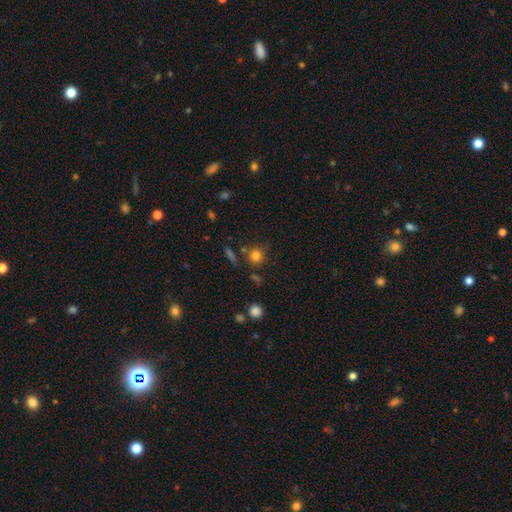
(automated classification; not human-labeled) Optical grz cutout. It shows a smooth galaxy with no disk features (80%) that is round (88%). Merging: none (77%).